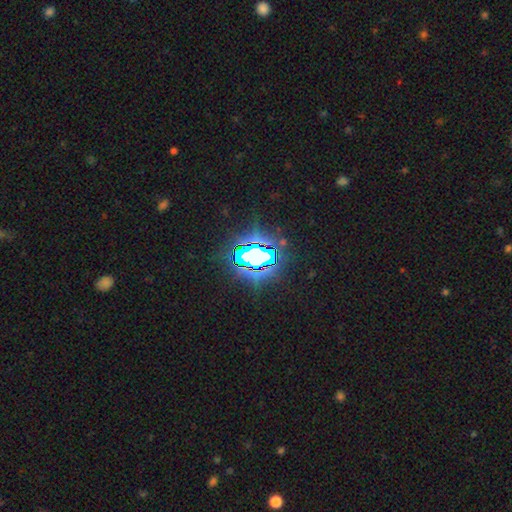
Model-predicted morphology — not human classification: A star or artifact, not a galaxy (70%).